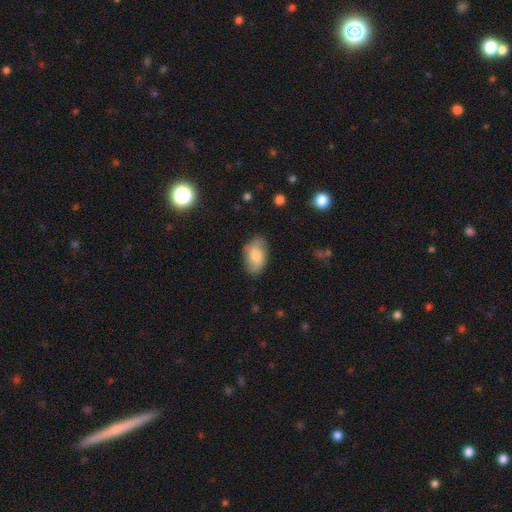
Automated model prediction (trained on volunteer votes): Morphology: type=smooth (70%); roundness=in between (92%); merging=none (78%).